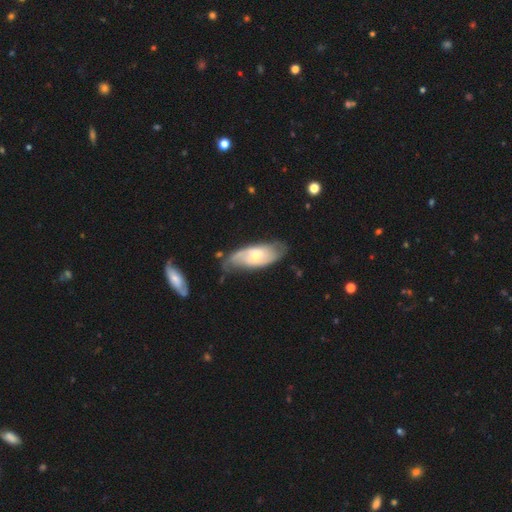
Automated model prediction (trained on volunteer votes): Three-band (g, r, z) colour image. It shows a featured or disk galaxy (67%) with no bar (61%), 2 (62%) medium (41%) spiral arms (85%) and a small central bulge (52%). Merging: none (62%).